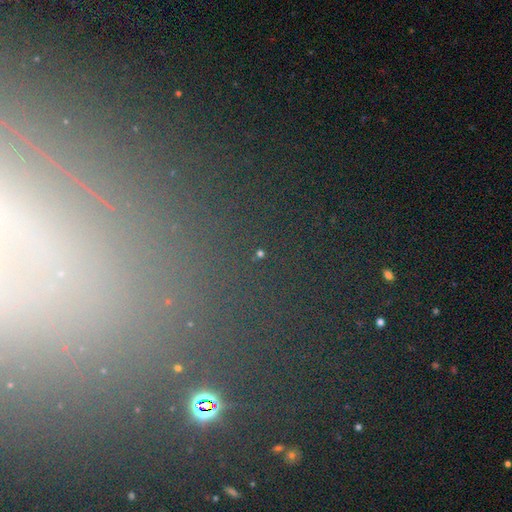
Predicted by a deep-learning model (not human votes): A star or artifact, not a galaxy (64%).